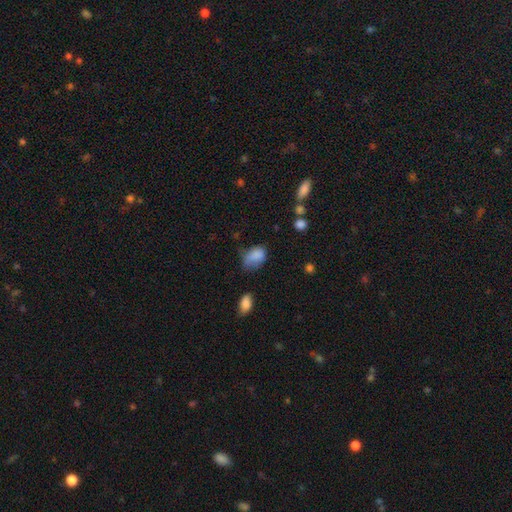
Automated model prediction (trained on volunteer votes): smooth-or-featured: smooth: 80% | star or artifact: 10% | featured or disk: 9%
  how-rounded: in between: 77% | round: 22% | cigar-shaped: 1%
  merging: minor disturbance: 39% | none: 35% | major disturbance: 21% | merger: 5%